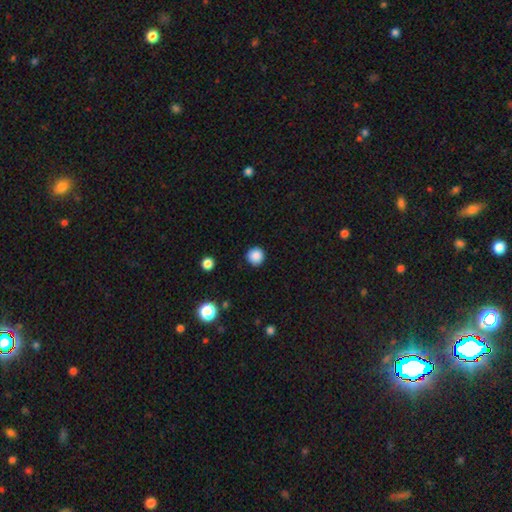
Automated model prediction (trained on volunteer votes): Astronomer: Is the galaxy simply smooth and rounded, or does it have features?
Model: smooth — 86%.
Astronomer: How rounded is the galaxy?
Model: round — 95%.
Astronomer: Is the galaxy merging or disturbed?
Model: none — 90%.